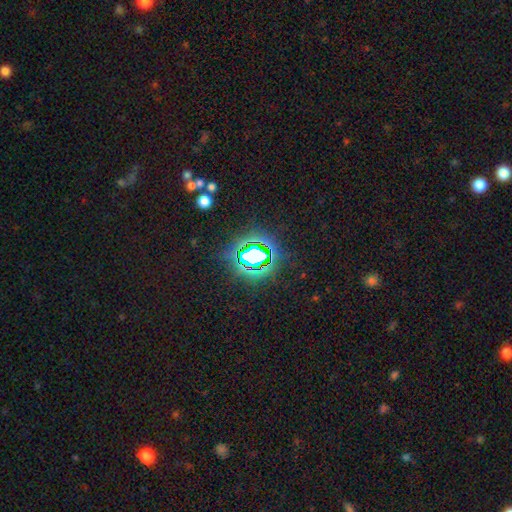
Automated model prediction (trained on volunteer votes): Smooth or featured: star or artifact — 72% (smooth — 17%)